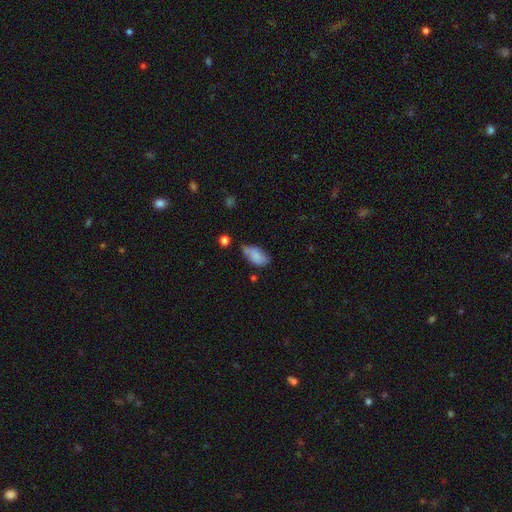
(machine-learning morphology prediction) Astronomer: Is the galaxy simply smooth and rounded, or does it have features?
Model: smooth — 77%.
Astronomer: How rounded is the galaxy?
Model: in between — 92%.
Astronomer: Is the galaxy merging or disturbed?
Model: none — 49% (runner-up: minor disturbance, 33%).